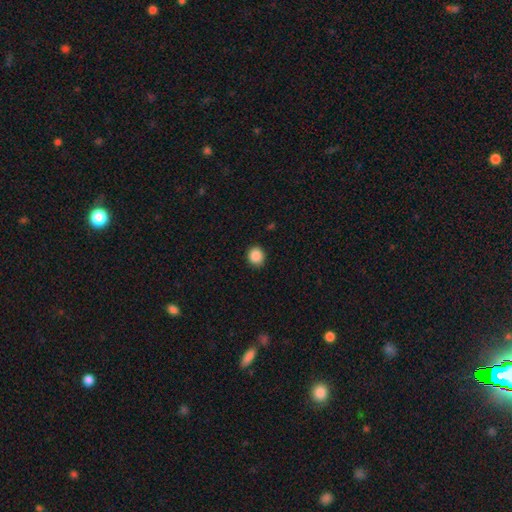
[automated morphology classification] type=smooth (88%); roundness=round (84%); merging=none (90%).